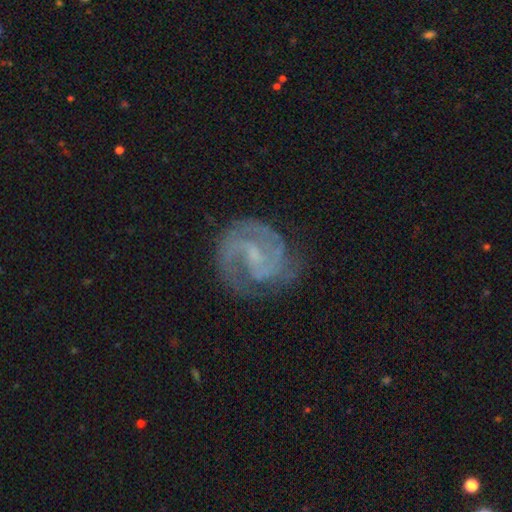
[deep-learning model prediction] Smooth or featured? Predicted: featured or disk (p=0.89). Edge-on disk? Predicted: no (p=0.98). Bar? Predicted: weak (p=0.55). Spiral arms? Predicted: yes (p=0.98). Spiral winding? Predicted: medium (p=0.49). Spiral arm count? Predicted: 2 (p=0.77). Bulge size? Predicted: small (p=0.60). Merging? Predicted: none (p=0.76).